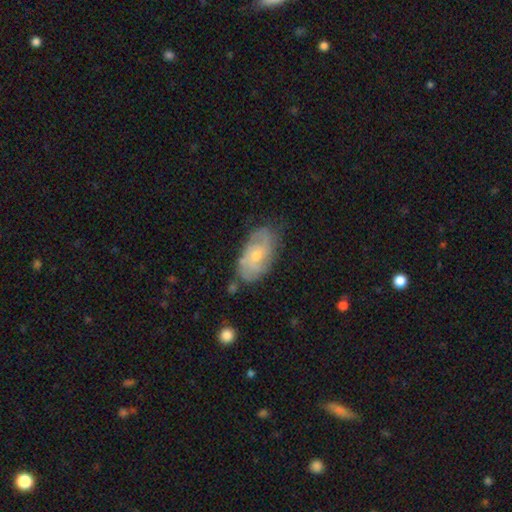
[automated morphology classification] This is likely a featured or disk galaxy (65%). It is clearly not viewed edge-on (94%). Bar: likely no (71%). Spiral arm pattern: clearly yes (84%). Spiral arm count: marginally can't tell (37%). Spiral winding: possibly tight (47%). Central bulge: possibly small (55%). Merging: likely none (69%).